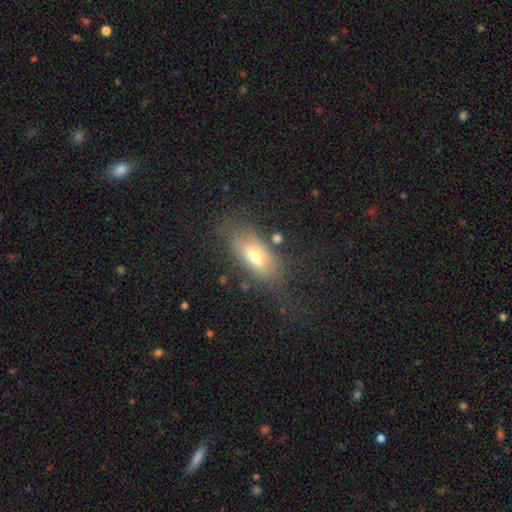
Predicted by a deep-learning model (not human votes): smooth_or_featured: smooth (p=0.60) [alt: featured or disk p=0.31]
how_rounded: in between (p=0.78) [alt: cigar-shaped p=0.17]
merging: none (p=0.63) [alt: minor disturbance p=0.21]